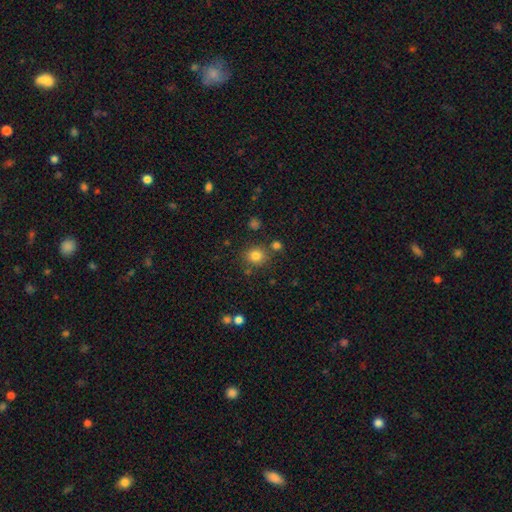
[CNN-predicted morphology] smooth-or-featured: smooth: 81% | star or artifact: 13% | featured or disk: 6%
  how-rounded: round: 83% | in between: 16% | cigar-shaped: 1%
  merging: none: 79% | minor disturbance: 10% | merger: 8% | major disturbance: 3%